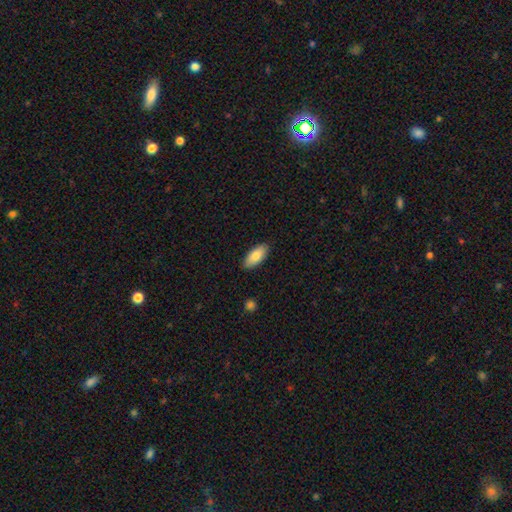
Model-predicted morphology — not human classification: A smooth galaxy with no disk features (82%) that is in between round and cigar-shaped (87%).

Vote fractions:
- Smooth or featured? smooth: 82% / featured or disk: 12% / star or artifact: 6%
- How rounded? in between: 87% / cigar-shaped: 11% / round: 2%
- Merging? none: 87% / minor disturbance: 10% / major disturbance: 2% / merger: 1%